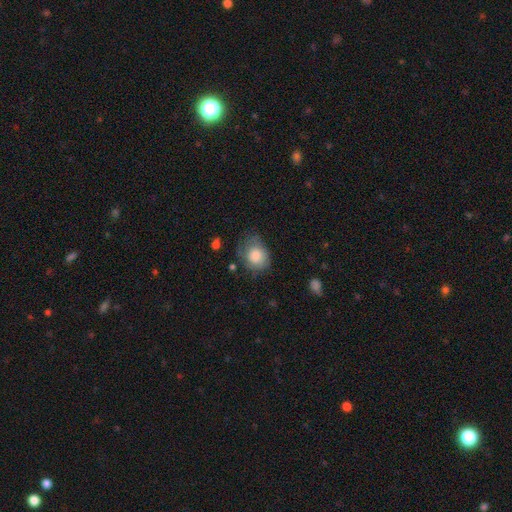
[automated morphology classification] The model was most divided on "how rounded": round: 52%, in between: 47%, cigar-shaped: 1%. More confident: smooth or featured — smooth (78%); merging — none (50%).